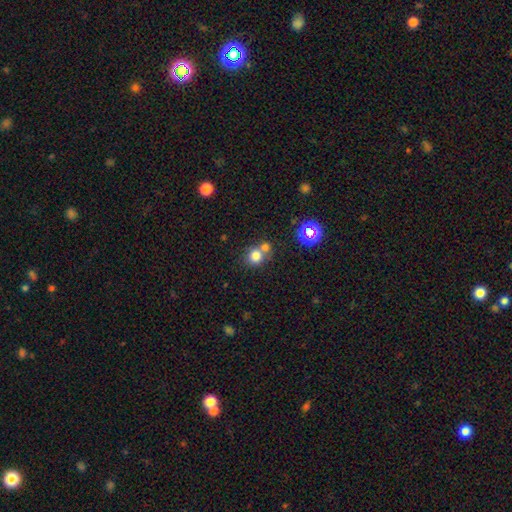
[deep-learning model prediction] smooth 76%, star or artifact 15%, featured or disk 9%. Down the decision tree: how rounded — round (82%); merging — none (50%).